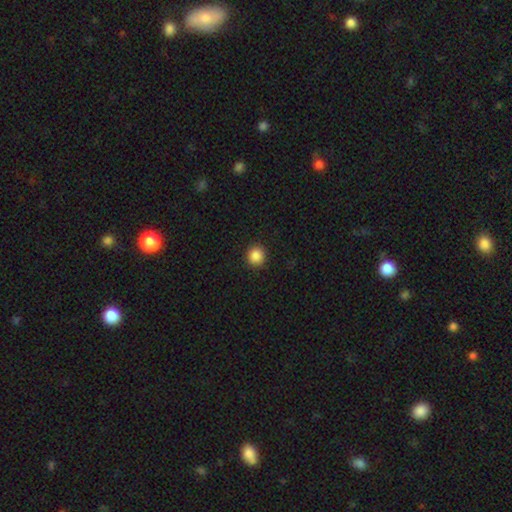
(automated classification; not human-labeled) A smooth galaxy with no disk features (87%) that is round (94%).

Vote fractions:
- Smooth or featured? smooth: 87% / star or artifact: 10% / featured or disk: 3%
- How rounded? round: 94% / in between: 5% / cigar-shaped: 1%
- Merging? none: 92% / minor disturbance: 5% / major disturbance: 2% / merger: 1%